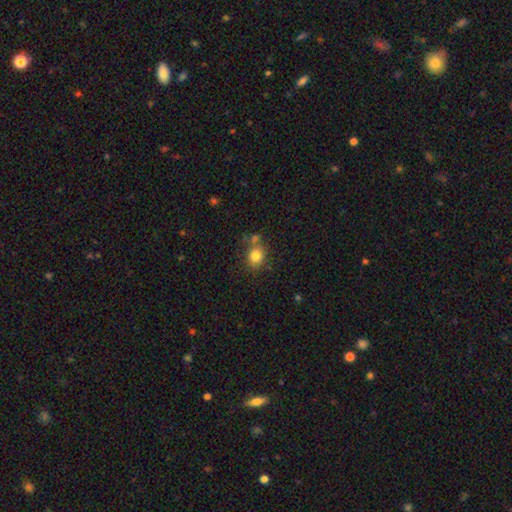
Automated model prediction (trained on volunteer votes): smooth 81%, star or artifact 11%, featured or disk 8%. Down the decision tree: how rounded — round (63%); merging — none (64%).